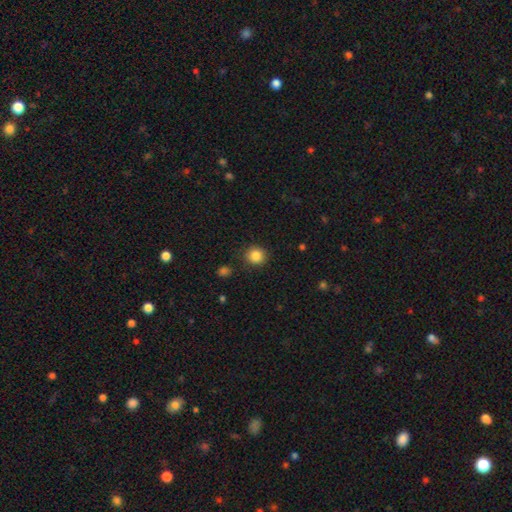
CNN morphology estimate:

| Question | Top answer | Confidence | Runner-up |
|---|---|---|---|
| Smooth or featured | smooth | 86% | star or artifact (10%) |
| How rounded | round | 91% | in between (8%) |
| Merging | none | 87% | minor disturbance (8%) |